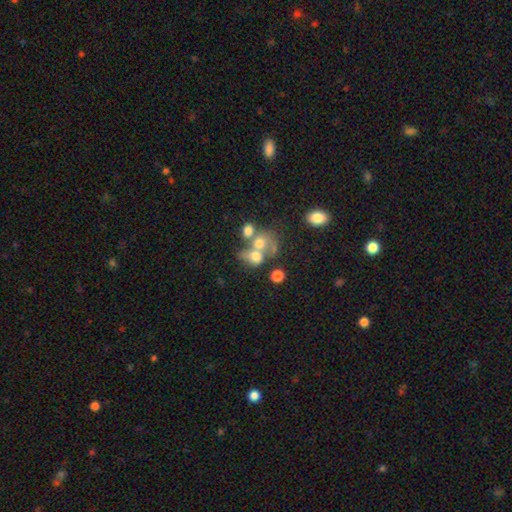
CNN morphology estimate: smooth_or_featured: smooth (p=0.62) [alt: featured or disk p=0.25]
how_rounded: round (p=0.56) [alt: in between p=0.42]
merging: merger (p=0.58) [alt: none p=0.21]